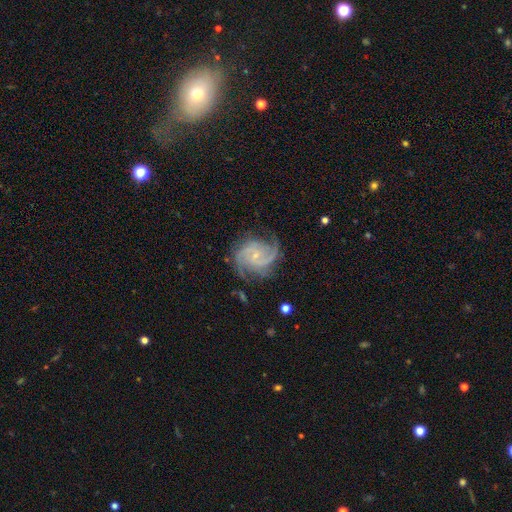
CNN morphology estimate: smooth-or-featured: featured or disk: 90% | star or artifact: 5% | smooth: 5%
  disk-edge-on: no: 98% | yes: 2%
    bar: no: 58% | weak: 34% | strong: 7%
    has-spiral-arms: yes: 98% | no: 2%
      spiral-winding: medium: 49% | tight: 39% | loose: 12%
      spiral-arm-count: 2: 44% | 3: 27% | can't tell: 11% | 4: 7% | 1: 6% | more than 4: 5%
    bulge-size: small: 80% | moderate: 13% | none: 5% | large: 1% | dominant: 1%
  merging: none: 72% | minor disturbance: 18% | major disturbance: 8% | merger: 2%